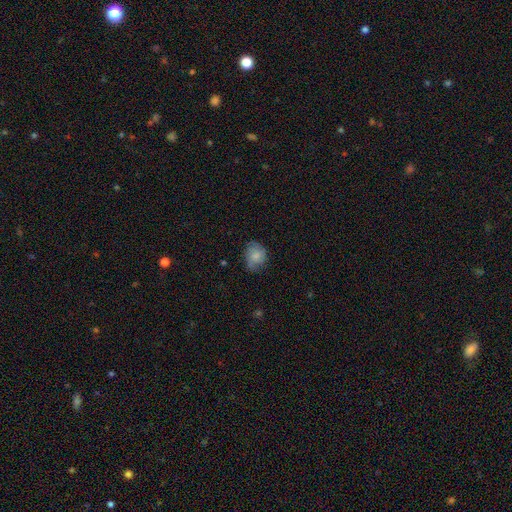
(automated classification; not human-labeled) This appears to be a smooth galaxy with no disk features (71%) that is round (51%). Merging: none (60%).